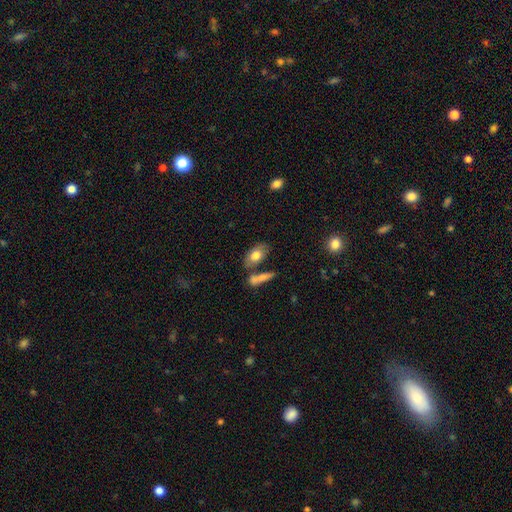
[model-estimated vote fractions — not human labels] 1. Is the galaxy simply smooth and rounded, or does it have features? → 74% smooth, 20% featured or disk, 7% star or artifact.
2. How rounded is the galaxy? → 89% in between, 6% round, 5% cigar-shaped.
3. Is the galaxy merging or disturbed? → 59% none, 22% merger, 14% minor disturbance, 5% major disturbance.